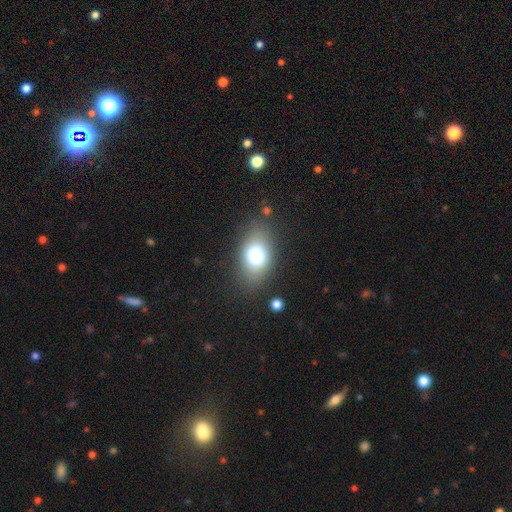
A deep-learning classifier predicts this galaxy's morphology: smooth_or_featured: smooth (p=0.74) [alt: featured or disk p=0.15]
how_rounded: in between (p=0.80) [alt: round p=0.18]
merging: none (p=0.81) [alt: minor disturbance p=0.12]